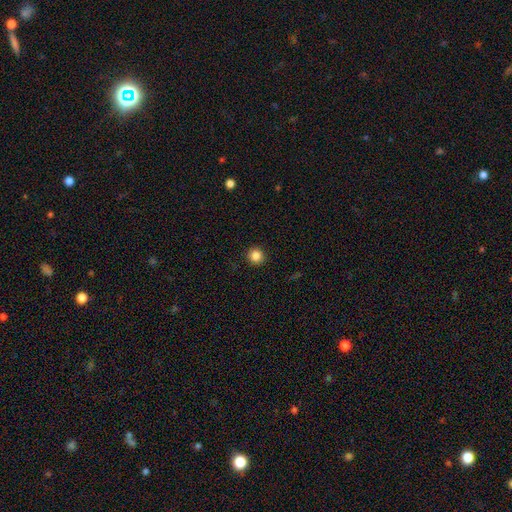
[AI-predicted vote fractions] Smooth or featured? smooth (84%)
How rounded? round (94%)
Merging? none (93%)